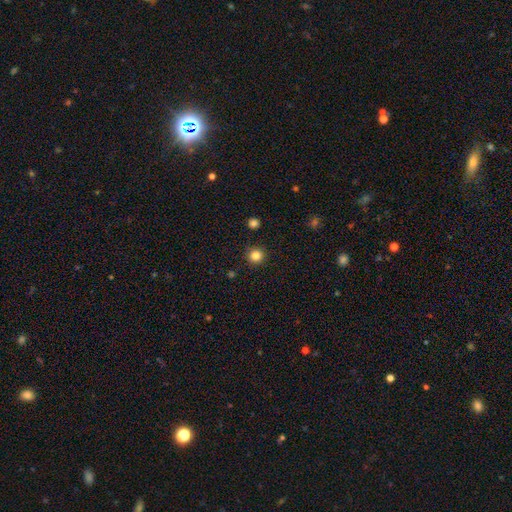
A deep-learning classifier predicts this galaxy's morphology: smooth_or_featured: smooth (p=0.83) [alt: star or artifact p=0.12]
how_rounded: round (p=0.95) [alt: in between p=0.04]
merging: none (p=0.92) [alt: minor disturbance p=0.05]